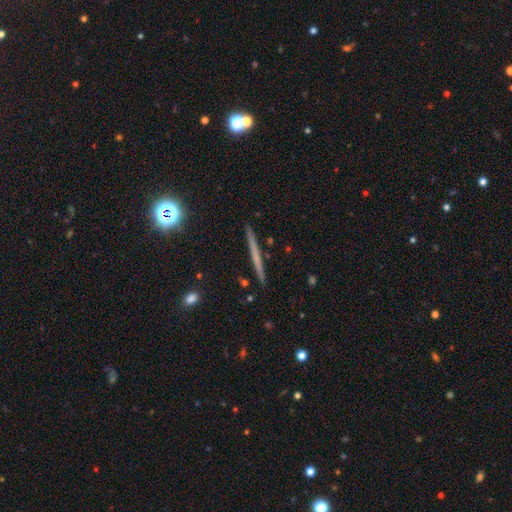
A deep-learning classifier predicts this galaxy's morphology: Overall: featured or disk (45%; smooth 44%). Merging: none (92%).